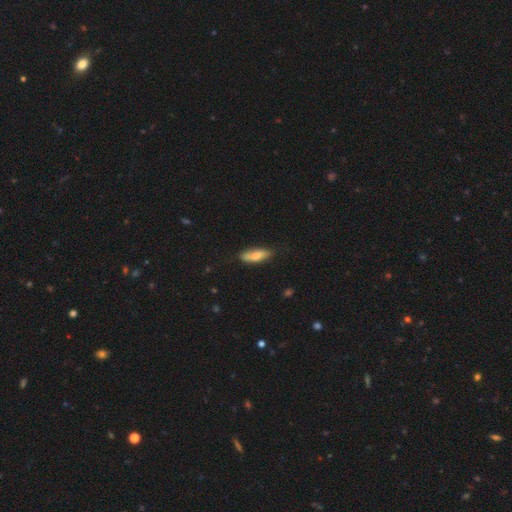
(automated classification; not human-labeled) Smooth or featured? smooth (71%)
How rounded? in between (60%)
Merging? none (76%)